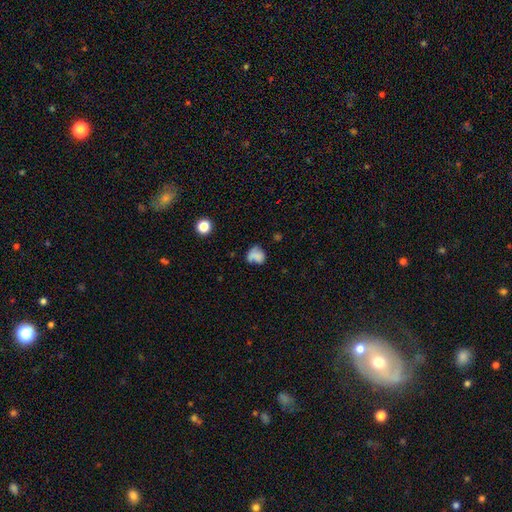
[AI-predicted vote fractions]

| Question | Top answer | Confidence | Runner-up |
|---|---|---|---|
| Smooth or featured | smooth | 71% | featured or disk (17%) |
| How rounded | round | 58% | in between (40%) |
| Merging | none | 44% | minor disturbance (30%) |